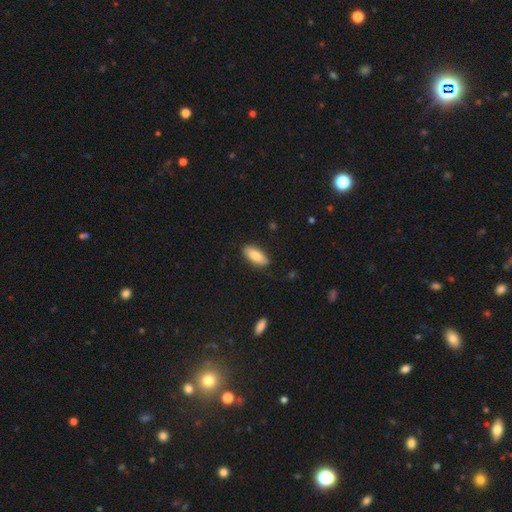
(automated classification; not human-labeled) This is clearly a smooth galaxy (83%). How rounded: likely in between (79%). Merging: clearly none (86%).